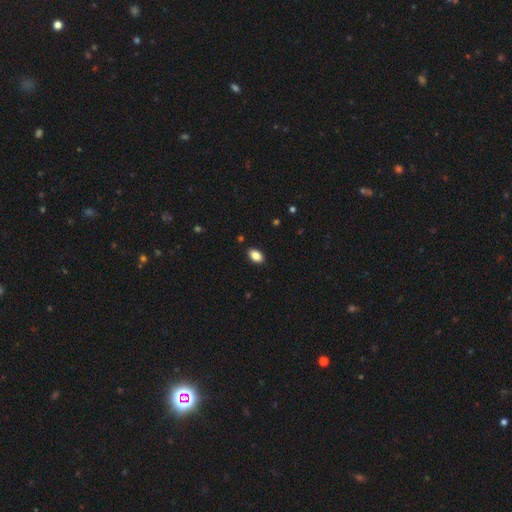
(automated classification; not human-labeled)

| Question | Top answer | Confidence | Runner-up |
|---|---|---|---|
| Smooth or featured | smooth | 87% | star or artifact (8%) |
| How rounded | in between | 91% | round (7%) |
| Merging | none | 89% | minor disturbance (8%) |